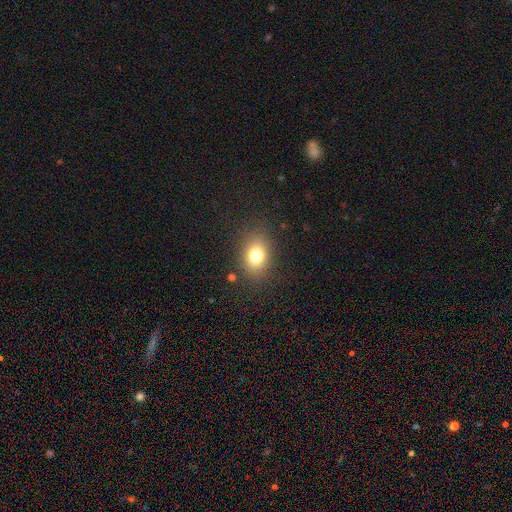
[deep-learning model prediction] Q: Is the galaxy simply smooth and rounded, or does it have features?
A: smooth — 79%.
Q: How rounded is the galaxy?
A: in between — 66%.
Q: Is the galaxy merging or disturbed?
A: none — 84%.